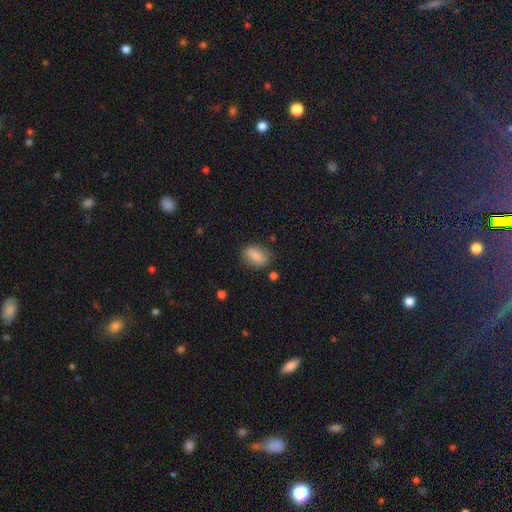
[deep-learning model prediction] Smooth or featured? smooth (83%)
How rounded? in between (85%)
Merging? none (75%)